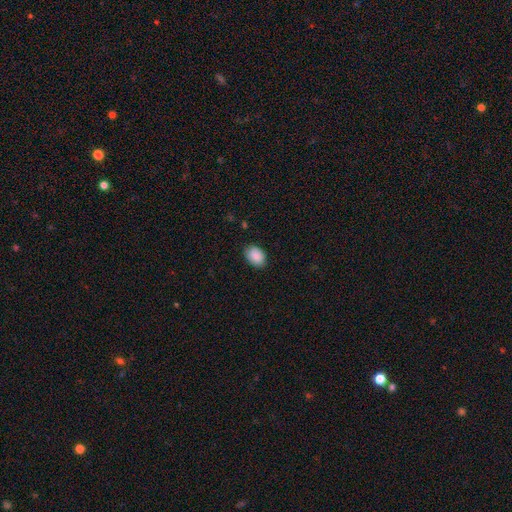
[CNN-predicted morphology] Smooth or featured?
  - smooth: 89% *
  - star or artifact: 7%
  - featured or disk: 4%
How rounded?
  - in between: 82% *
  - round: 17%
  - cigar-shaped: 1%
Merging?
  - none: 84% *
  - minor disturbance: 13%
  - major disturbance: 3%
  - merger: 1%